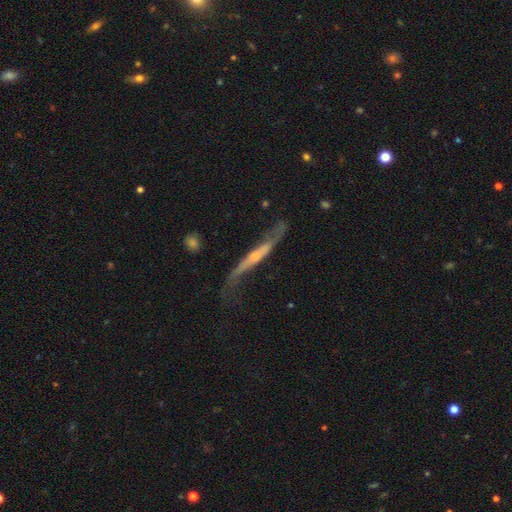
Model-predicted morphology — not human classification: Overall: featured or disk (71%). Edge-on disk: yes (66%; no 34%). Merging: none (44%; minor disturbance 26%).